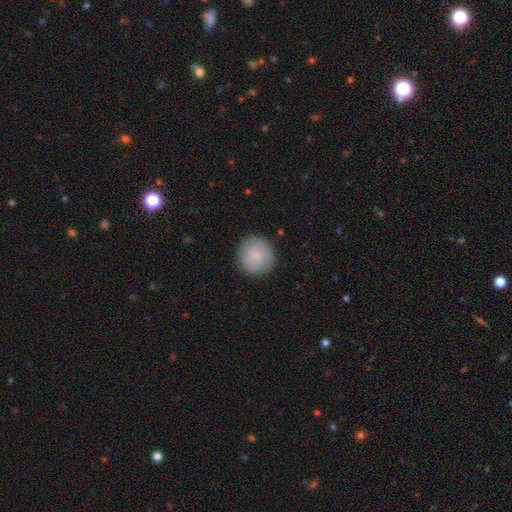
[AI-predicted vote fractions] This appears to be a smooth galaxy with no disk features (62%) that is round (91%). Merging: none (86%).